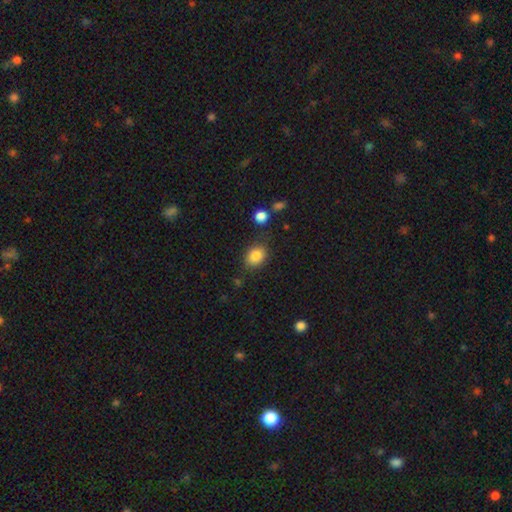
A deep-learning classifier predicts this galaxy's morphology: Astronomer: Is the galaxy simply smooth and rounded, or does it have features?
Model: smooth — 85%.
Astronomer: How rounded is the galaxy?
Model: in between — 64%.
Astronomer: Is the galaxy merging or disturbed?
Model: none — 77%.